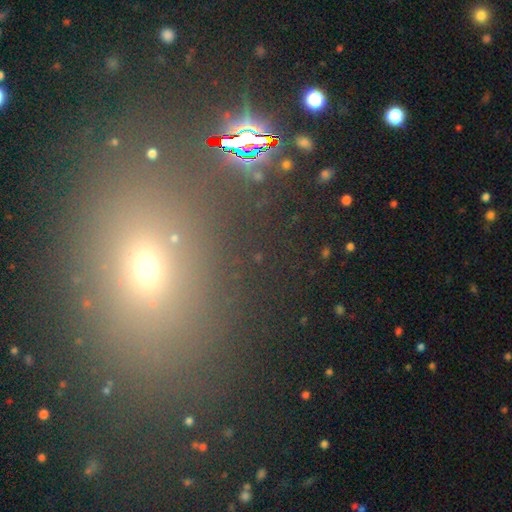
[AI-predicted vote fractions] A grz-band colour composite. It shows a smooth galaxy with no disk features (45%). Merging: none (81%).